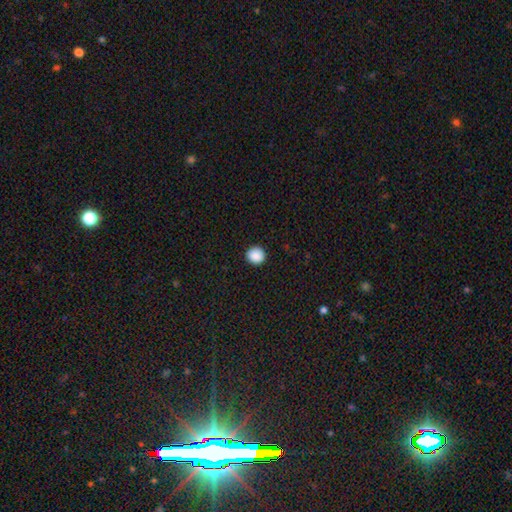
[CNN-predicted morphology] Smooth or featured: smooth — 89% (star or artifact — 9%)
How rounded: round — 92% (in between — 7%)
Merging: none — 92% (minor disturbance — 5%)